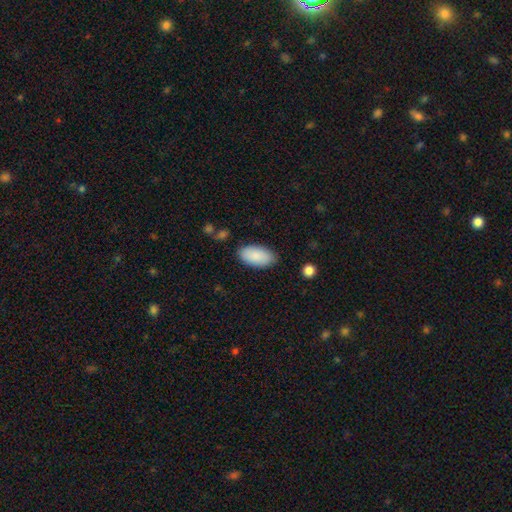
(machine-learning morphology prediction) smooth-or-featured: smooth: 89% | star or artifact: 6% | featured or disk: 5%
  how-rounded: in between: 95% | cigar-shaped: 3% | round: 2%
  merging: none: 84% | minor disturbance: 12% | major disturbance: 3% | merger: 2%